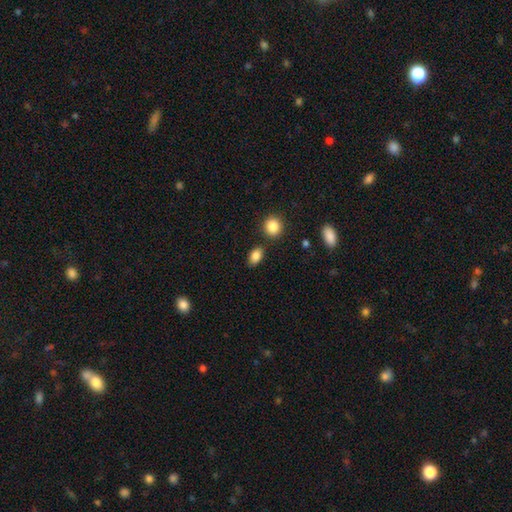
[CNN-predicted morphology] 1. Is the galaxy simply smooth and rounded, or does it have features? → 86% smooth, 9% star or artifact, 5% featured or disk.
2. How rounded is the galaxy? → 83% in between, 15% round, 2% cigar-shaped.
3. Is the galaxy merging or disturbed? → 79% none, 11% minor disturbance, 7% merger, 3% major disturbance.